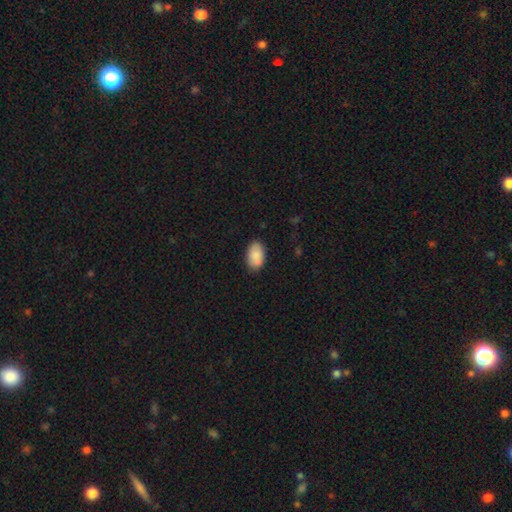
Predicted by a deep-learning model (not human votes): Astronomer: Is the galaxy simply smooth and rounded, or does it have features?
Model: smooth — 88%.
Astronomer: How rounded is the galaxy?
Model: in between — 93%.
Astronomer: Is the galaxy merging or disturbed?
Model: none — 84%.